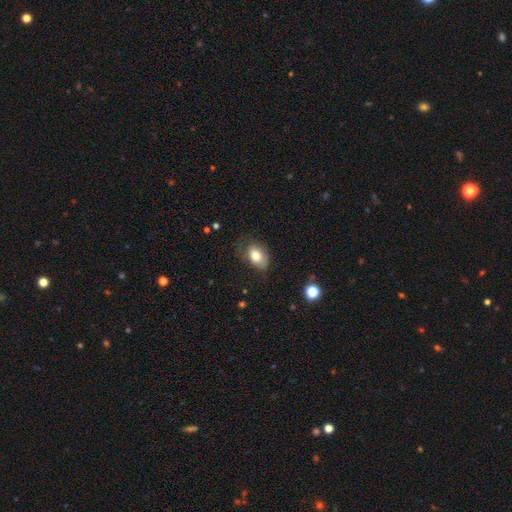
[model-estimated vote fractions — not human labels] Smooth or featured?
  - smooth: 77% *
  - featured or disk: 15%
  - star or artifact: 8%
How rounded?
  - in between: 84% *
  - round: 15%
  - cigar-shaped: 1%
Merging?
  - none: 59% *
  - minor disturbance: 26%
  - major disturbance: 13%
  - merger: 2%